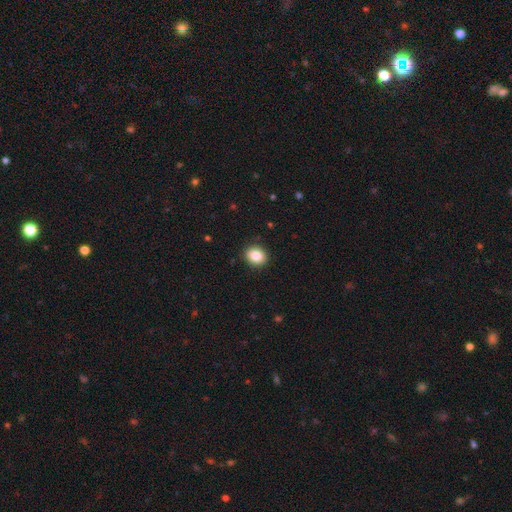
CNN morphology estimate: Smooth or featured? smooth (86%)
How rounded? round (59%)
Merging? none (91%)